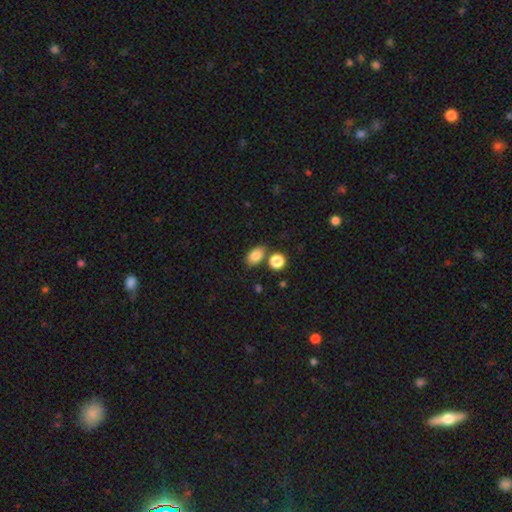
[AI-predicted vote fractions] This appears to be a smooth galaxy with no disk features (83%) that is in between round and cigar-shaped (81%). Merging: none (68%).